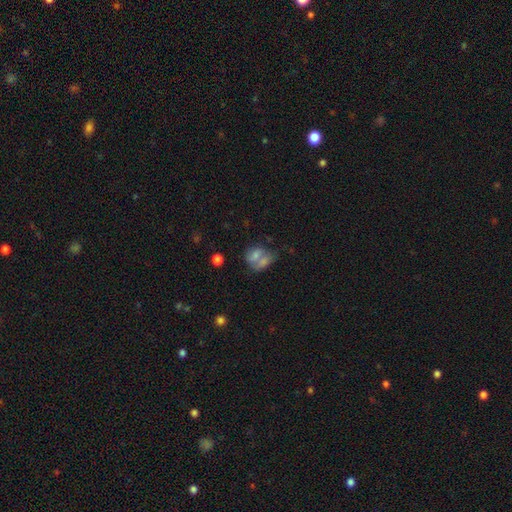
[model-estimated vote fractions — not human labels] A smooth galaxy with no disk features (68%) that is in between round and cigar-shaped (63%). Merging: merger (60%).